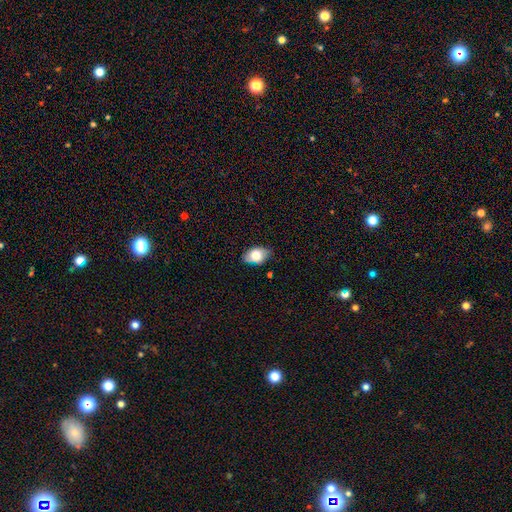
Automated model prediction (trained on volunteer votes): This is likely a smooth galaxy (71%). How rounded: clearly in between (85%). Merging: likely none (76%).